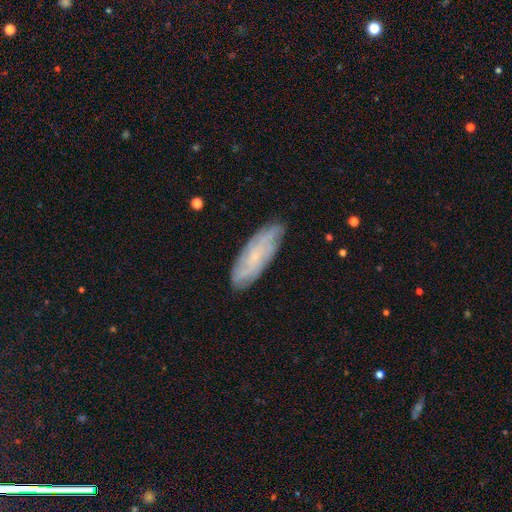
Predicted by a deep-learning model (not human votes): The model was most divided on "smooth or featured": featured or disk: 60%, smooth: 32%, star or artifact: 8%. More confident: edge-on disk — no (83%); merging — none (80%).